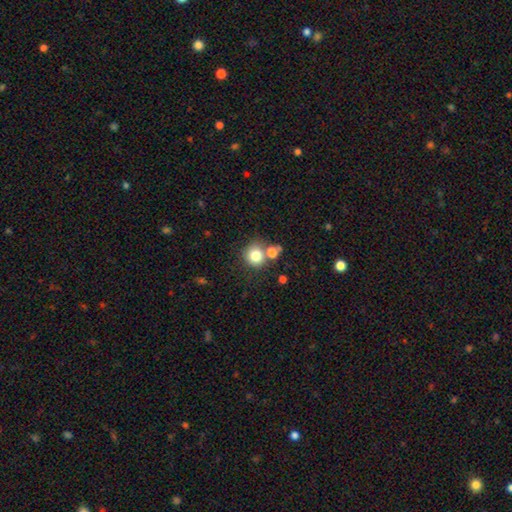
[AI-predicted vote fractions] Q: Smooth or featured?
A: smooth (79%); runner-up: star or artifact (12%)
Q: How rounded?
A: round (89%); runner-up: in between (10%)
Q: Merging?
A: none (65%); runner-up: merger (22%)